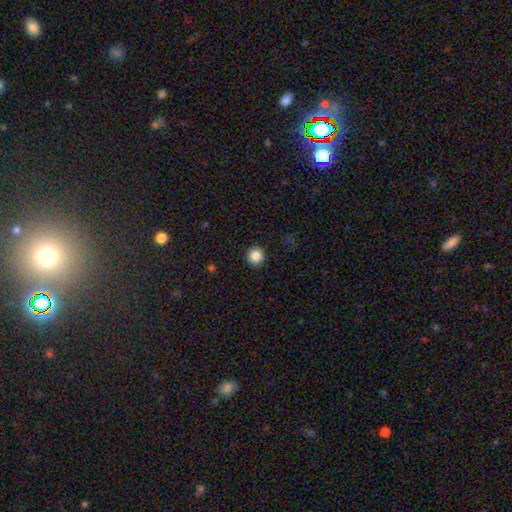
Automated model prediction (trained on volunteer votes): This is clearly a smooth galaxy (86%). How rounded: clearly round (93%). Merging: clearly none (92%).